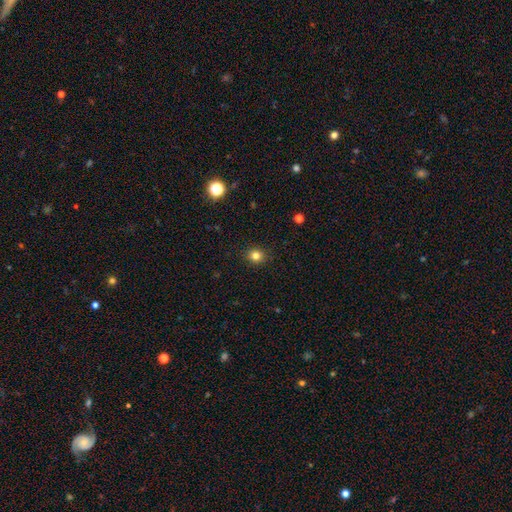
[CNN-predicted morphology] Smooth or featured? smooth (82%)
How rounded? round (80%)
Merging? none (91%)